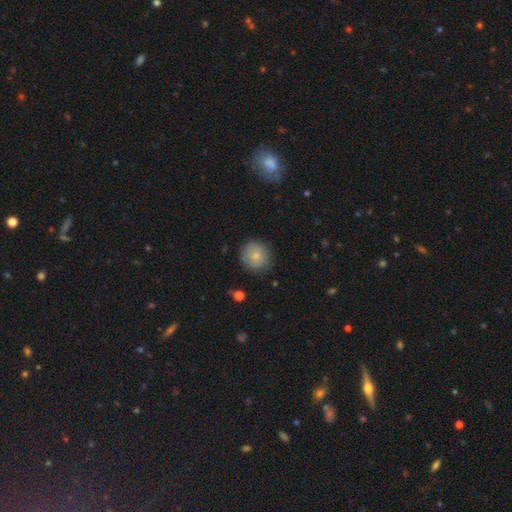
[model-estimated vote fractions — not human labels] Morphology: type=smooth (79%); roundness=round (90%); merging=none (81%).